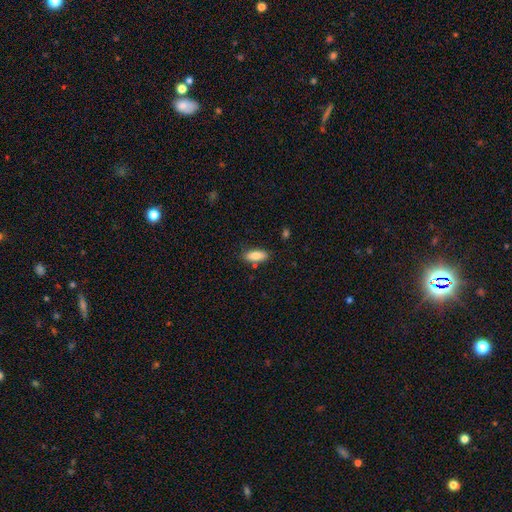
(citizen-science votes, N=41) Overall: smooth (88%). How rounded: in between (72%). Merging: none (90%).